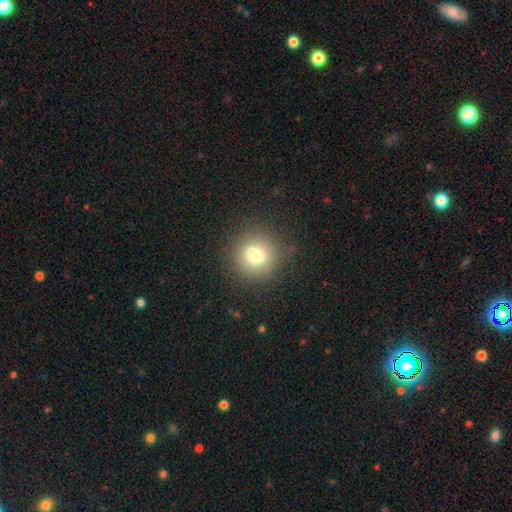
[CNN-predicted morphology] Smooth or featured?
  - smooth: 69% *
  - featured or disk: 16%
  - star or artifact: 14%
How rounded?
  - round: 92% *
  - in between: 7%
  - cigar-shaped: 1%
Merging?
  - none: 68% *
  - merger: 17%
  - minor disturbance: 11%
  - major disturbance: 4%